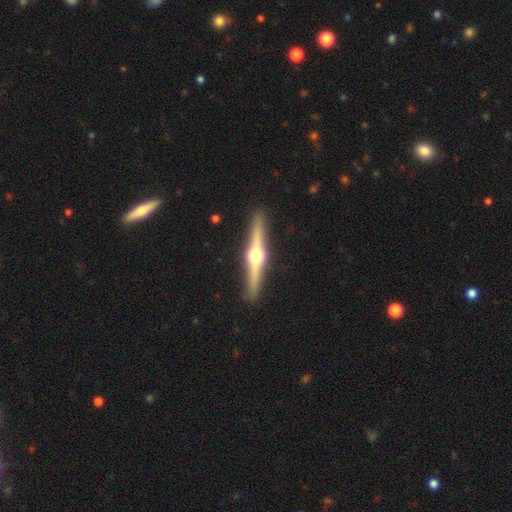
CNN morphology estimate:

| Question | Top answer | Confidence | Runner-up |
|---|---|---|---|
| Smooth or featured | featured or disk | 81% | smooth (14%) |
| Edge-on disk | yes | 98% | no (2%) |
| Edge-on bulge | rounded | 96% | boxy (3%) |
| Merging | none | 91% | minor disturbance (7%) |